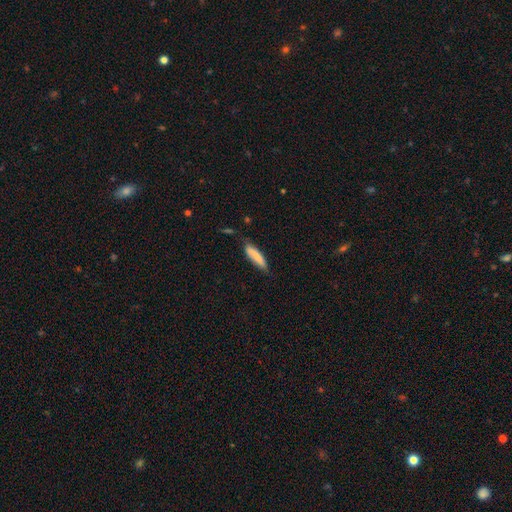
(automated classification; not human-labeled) smooth-or-featured: smooth: 80% | featured or disk: 14% | star or artifact: 6%
  how-rounded: cigar-shaped: 71% | in between: 27% | round: 1%
  merging: none: 68% | minor disturbance: 24% | major disturbance: 5% | merger: 3%